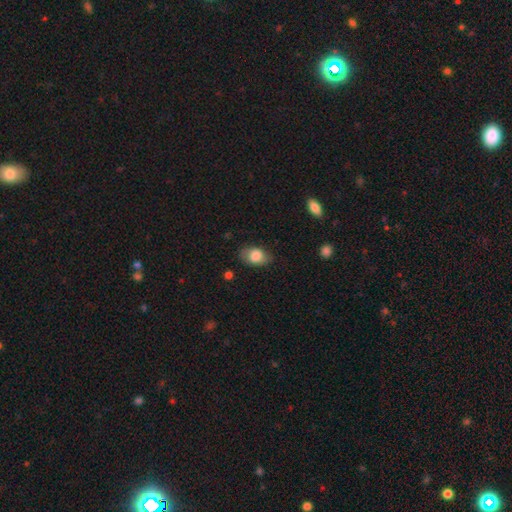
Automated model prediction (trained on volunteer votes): Q: Smooth or featured?
A: smooth (80%); runner-up: featured or disk (12%)
Q: How rounded?
A: in between (83%); runner-up: round (16%)
Q: Merging?
A: none (73%); runner-up: minor disturbance (20%)